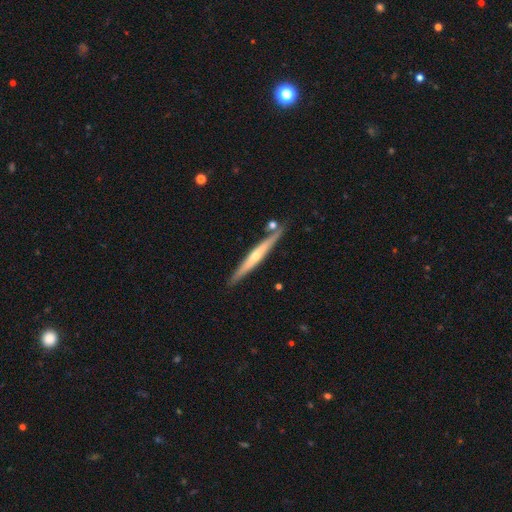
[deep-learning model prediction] smooth-or-featured: featured or disk: 72% | smooth: 22% | star or artifact: 6%
  disk-edge-on: yes: 97% | no: 3%
    edge-on-bulge: rounded: 73% | none: 22% | boxy: 5%
  merging: none: 85% | minor disturbance: 9% | merger: 4% | major disturbance: 2%